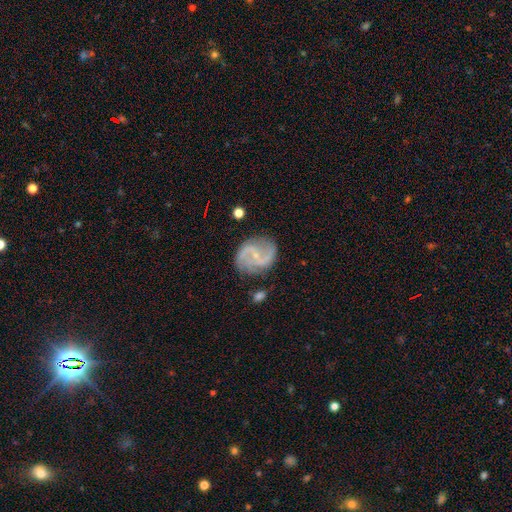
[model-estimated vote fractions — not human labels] This appears to be a featured or disk galaxy (85%) with a weak bar (46%), 2 (86%) medium (44%) spiral arms (96%) and a small central bulge (76%). Merging: none (74%).